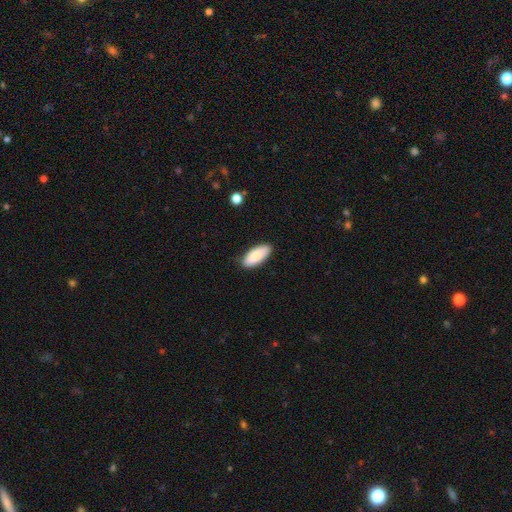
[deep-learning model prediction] Q: Smooth or featured?
A: smooth (86%); runner-up: featured or disk (8%)
Q: How rounded?
A: in between (83%); runner-up: cigar-shaped (15%)
Q: Merging?
A: none (86%); runner-up: minor disturbance (11%)